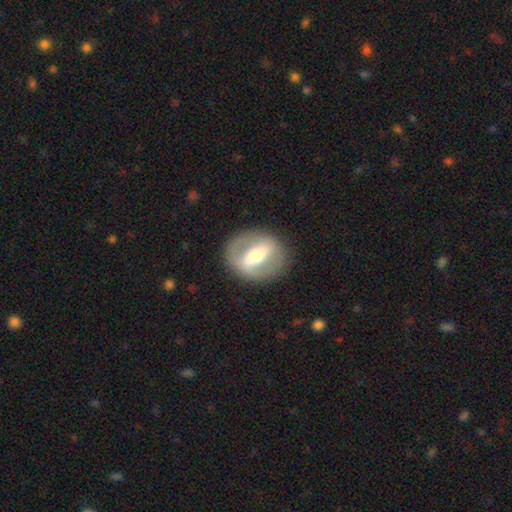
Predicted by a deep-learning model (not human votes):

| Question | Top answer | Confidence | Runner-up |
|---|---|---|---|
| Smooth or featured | featured or disk | 68% | smooth (26%) |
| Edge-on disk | no | 88% | yes (12%) |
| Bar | strong | 66% | weak (23%) |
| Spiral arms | no | 64% | yes (36%) |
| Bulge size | moderate | 65% | small (20%) |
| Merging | none | 84% | minor disturbance (10%) |